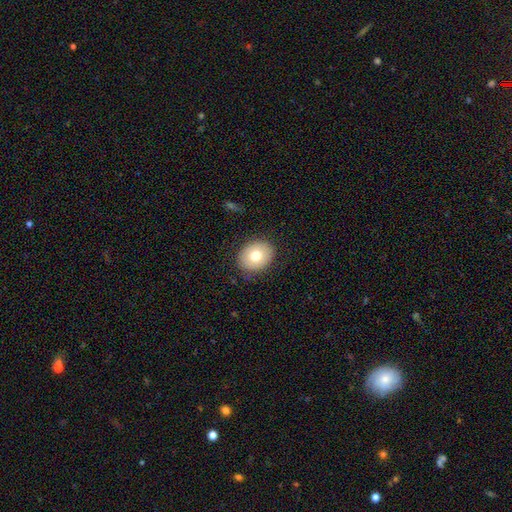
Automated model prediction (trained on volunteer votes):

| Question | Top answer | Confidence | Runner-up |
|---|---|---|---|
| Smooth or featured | smooth | 74% | featured or disk (18%) |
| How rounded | in between | 50% | round (49%) |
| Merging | none | 86% | minor disturbance (10%) |